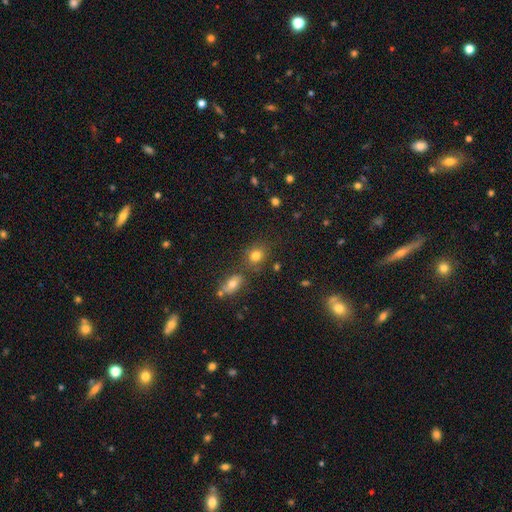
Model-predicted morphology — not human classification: Smooth or featured: smooth — 79% (star or artifact — 13%)
How rounded: round — 61% (in between — 38%)
Merging: none — 70% (merger — 13%)